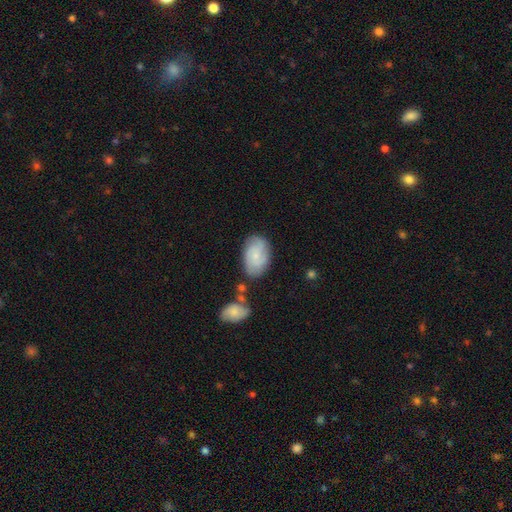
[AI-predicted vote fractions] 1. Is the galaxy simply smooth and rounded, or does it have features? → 53% smooth, 40% featured or disk, 7% star or artifact.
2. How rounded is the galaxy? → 89% in between, 10% round, 2% cigar-shaped.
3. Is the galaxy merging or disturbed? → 68% none, 21% minor disturbance, 6% merger, 5% major disturbance.